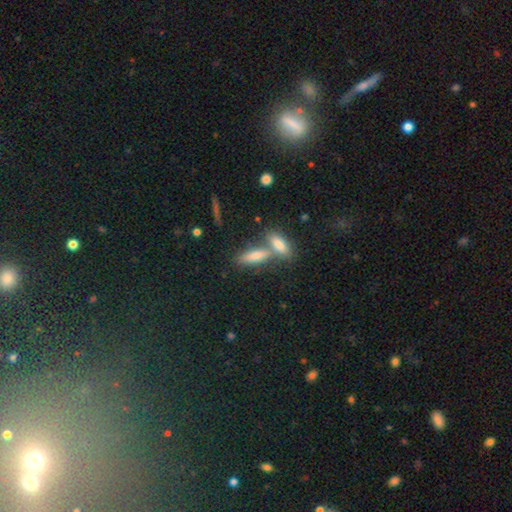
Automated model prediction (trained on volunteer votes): Smooth or featured?
  - smooth: 77% *
  - featured or disk: 14%
  - star or artifact: 8%
How rounded?
  - in between: 56% *
  - cigar-shaped: 41%
  - round: 4%
Merging?
  - none: 44% *
  - merger: 43%
  - minor disturbance: 9%
  - major disturbance: 4%